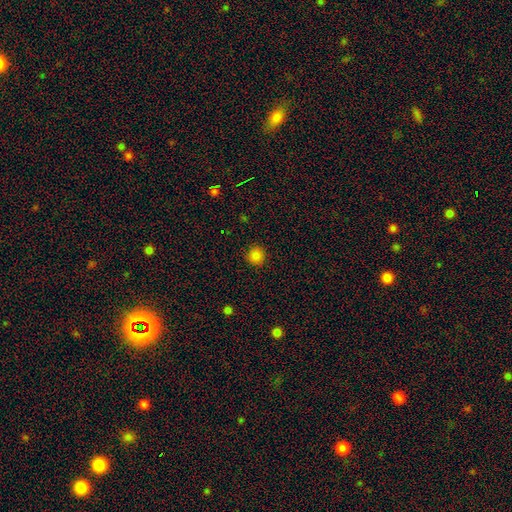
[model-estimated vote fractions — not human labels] A smooth galaxy with no disk features (84%) that is round (93%). Merging: none (92%).